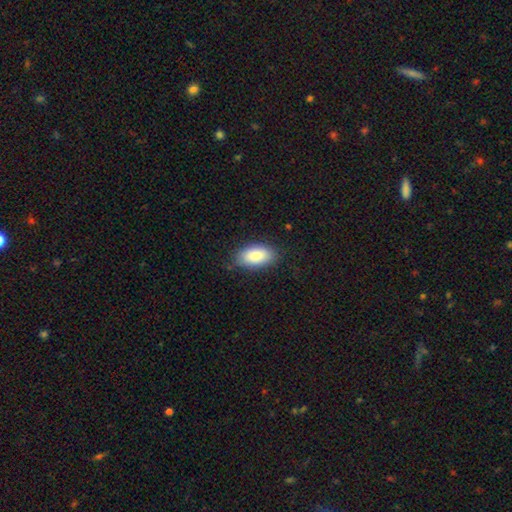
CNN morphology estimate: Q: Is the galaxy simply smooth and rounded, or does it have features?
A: smooth — 86%.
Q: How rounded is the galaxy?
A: in between — 94%.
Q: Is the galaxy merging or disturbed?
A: none — 81%.